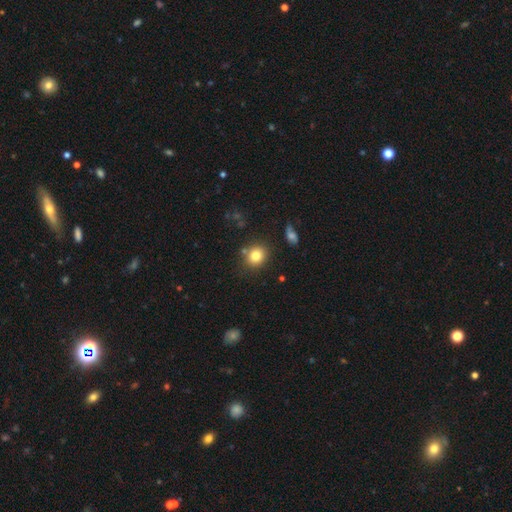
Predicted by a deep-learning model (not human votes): Morphology: type=smooth (80%); roundness=round (76%); merging=none (81%).